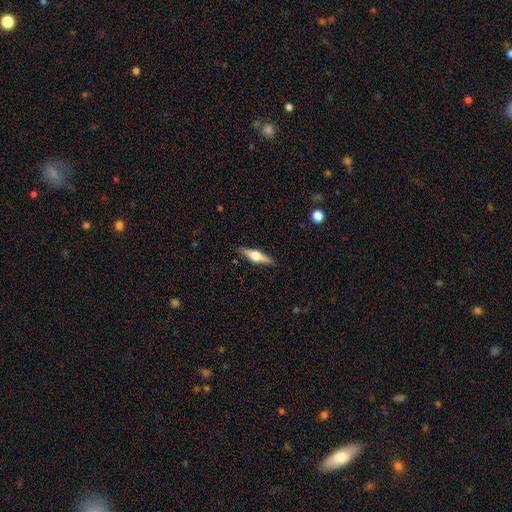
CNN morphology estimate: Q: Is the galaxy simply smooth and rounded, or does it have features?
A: featured or disk — 63%.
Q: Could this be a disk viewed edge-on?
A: yes — 96%.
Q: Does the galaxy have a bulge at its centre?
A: rounded — 93%.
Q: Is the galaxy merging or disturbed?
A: none — 88%.